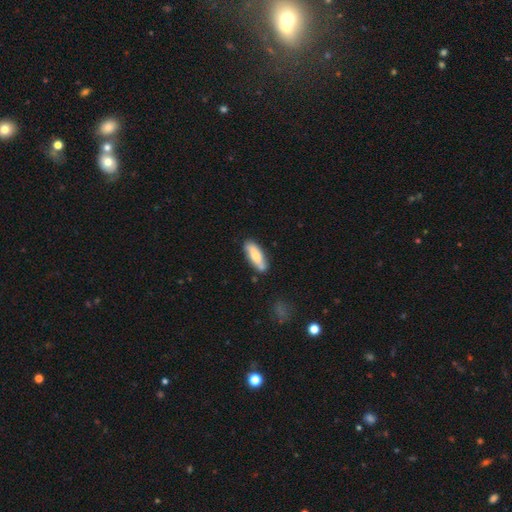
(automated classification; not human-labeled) Smooth or featured: smooth — 70% (featured or disk — 25%)
How rounded: in between — 57% (cigar-shaped — 41%)
Merging: none — 81% (minor disturbance — 13%)